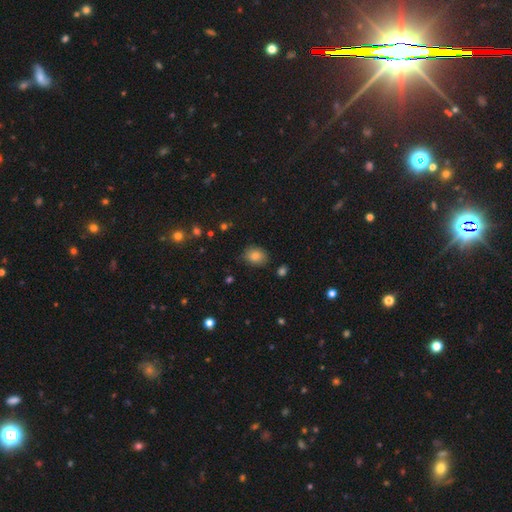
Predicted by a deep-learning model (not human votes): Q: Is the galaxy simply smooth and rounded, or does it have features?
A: smooth — 83%.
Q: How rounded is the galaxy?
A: in between — 58%.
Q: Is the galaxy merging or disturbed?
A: none — 79%.